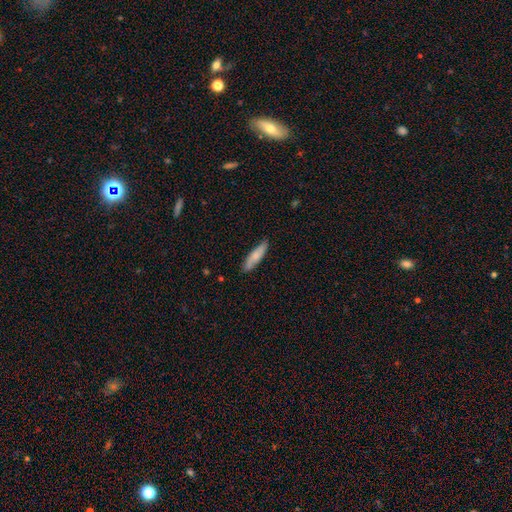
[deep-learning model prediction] Morphology: type=smooth (72%); roundness=cigar-shaped (71%); merging=none (84%).